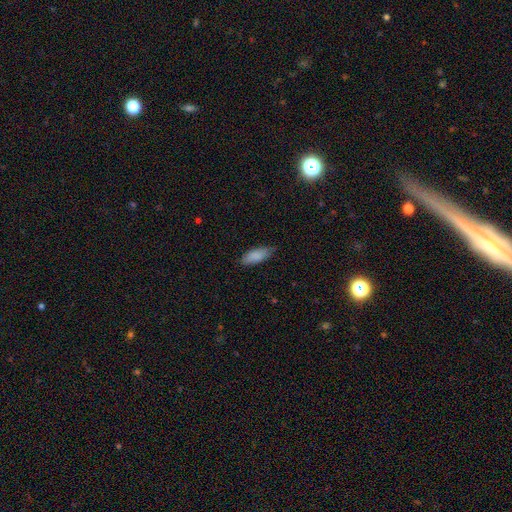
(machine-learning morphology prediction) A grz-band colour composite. It shows a smooth galaxy with no disk features (87%) that is in between round and cigar-shaped (76%). Merging: none (76%).